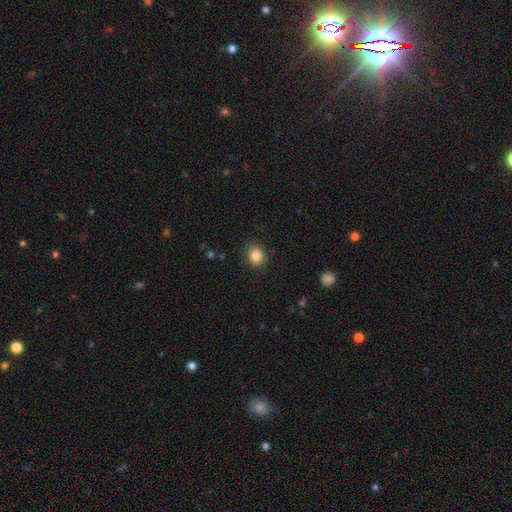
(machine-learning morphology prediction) This appears to be a smooth galaxy with no disk features (85%) that is round (67%). Merging: none (87%).